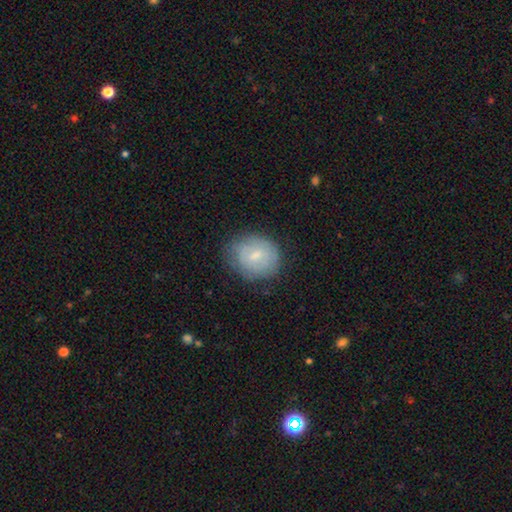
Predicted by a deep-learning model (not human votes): Smooth or featured? Predicted: smooth (p=0.60). How rounded? Predicted: round (p=0.67). Merging? Predicted: none (p=0.71).